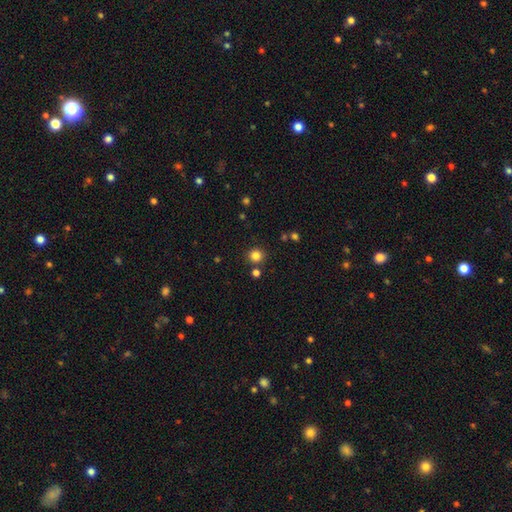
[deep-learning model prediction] Overall: smooth (82%). How rounded: round (91%). Merging: none (83%).